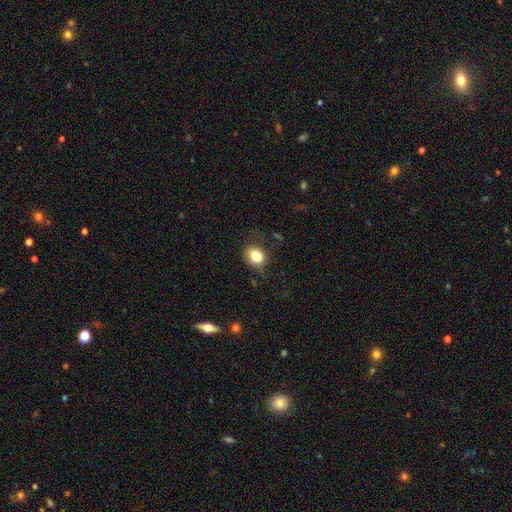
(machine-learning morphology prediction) The model was most divided on "how rounded": round: 54%, in between: 45%, cigar-shaped: 1%. More confident: smooth or featured — smooth (81%); merging — none (67%).